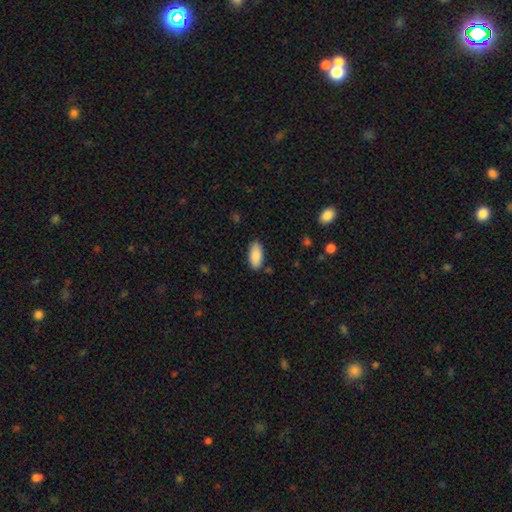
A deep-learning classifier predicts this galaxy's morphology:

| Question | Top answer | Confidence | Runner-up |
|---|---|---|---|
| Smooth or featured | smooth | 88% | featured or disk (6%) |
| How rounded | in between | 91% | cigar-shaped (7%) |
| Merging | none | 84% | minor disturbance (12%) |